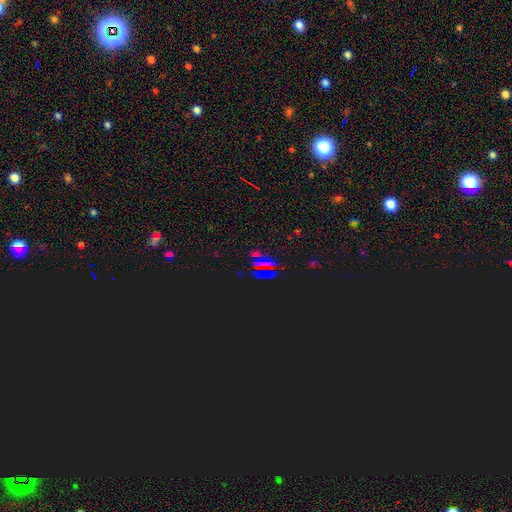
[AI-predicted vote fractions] Smooth or featured? Predicted: star or artifact (p=0.64).